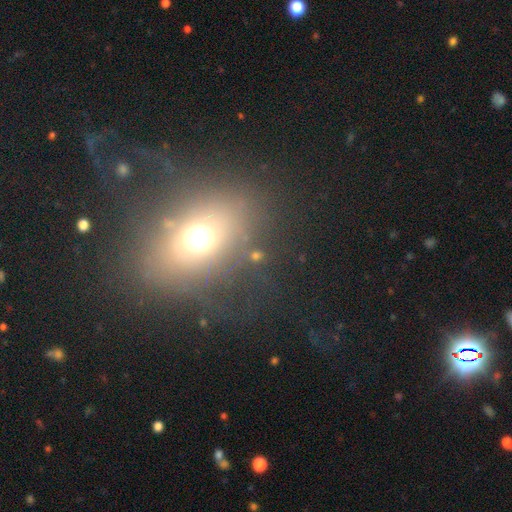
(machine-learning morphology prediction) smooth_or_featured: smooth (p=0.49) [alt: star or artifact p=0.31]
merging: none (p=0.72) [alt: minor disturbance p=0.12]